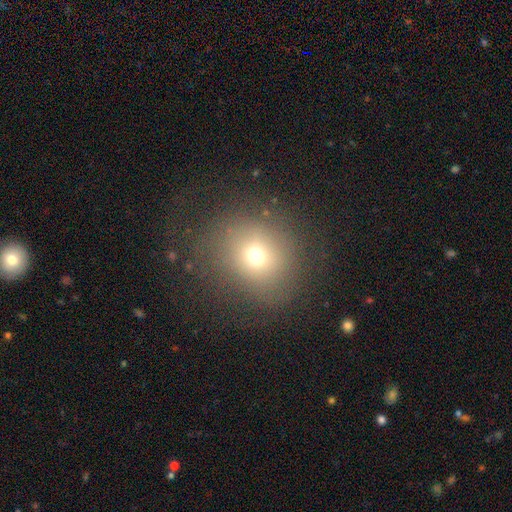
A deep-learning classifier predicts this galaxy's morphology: A smooth galaxy with no disk features (68%) that is round (80%).

Vote fractions:
- Smooth or featured? smooth: 68% / star or artifact: 19% / featured or disk: 13%
- How rounded? round: 80% / in between: 19% / cigar-shaped: 1%
- Merging? none: 78% / minor disturbance: 12% / major disturbance: 8% / merger: 1%